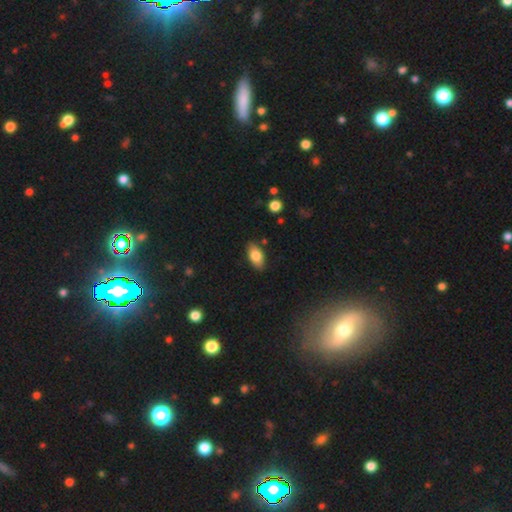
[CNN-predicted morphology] This appears to be a smooth galaxy with no disk features (80%) that is in between round and cigar-shaped (91%). Merging: none (85%).